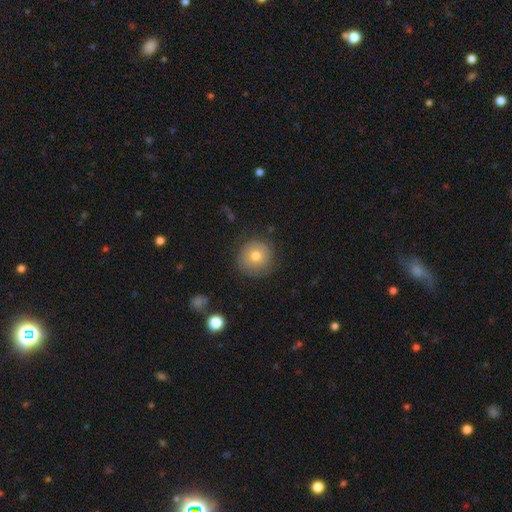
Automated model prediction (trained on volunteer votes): Overall: smooth (70%). How rounded: round (93%). Merging: none (80%).